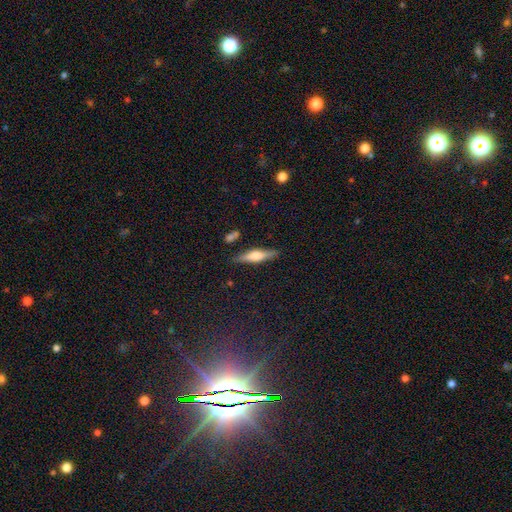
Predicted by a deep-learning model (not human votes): smooth_or_featured: featured or disk (p=0.51) [alt: smooth p=0.42]
disk_edge_on: yes (p=0.94) [alt: no p=0.06]
merging: none (p=0.84) [alt: minor disturbance p=0.10]